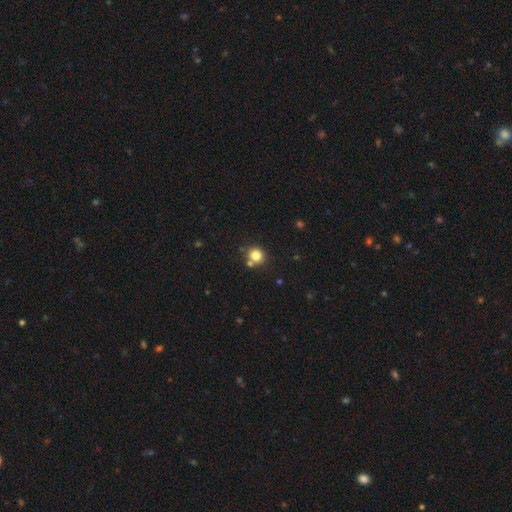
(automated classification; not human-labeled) smooth-or-featured: smooth: 81% | star or artifact: 12% | featured or disk: 7%
  how-rounded: round: 87% | in between: 12% | cigar-shaped: 1%
  merging: none: 71% | merger: 17% | minor disturbance: 9% | major disturbance: 3%